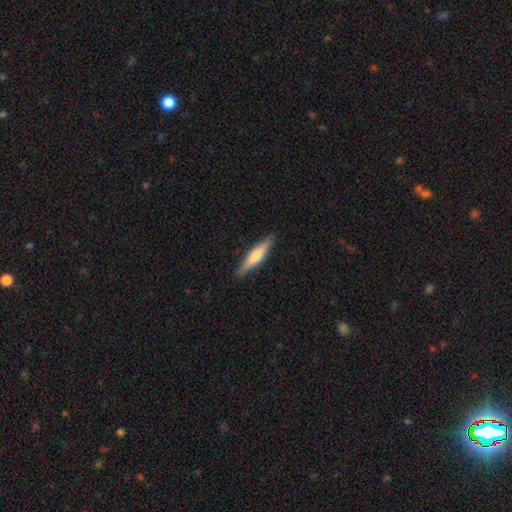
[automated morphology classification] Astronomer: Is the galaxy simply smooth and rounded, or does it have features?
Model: smooth — 48% (runner-up: featured or disk, 47%).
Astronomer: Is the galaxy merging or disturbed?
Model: none — 90%.